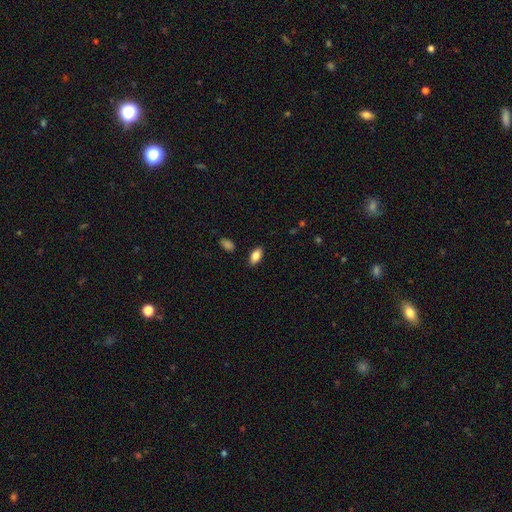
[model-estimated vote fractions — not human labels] Morphology: type=smooth (85%); roundness=in between (92%); merging=none (87%).